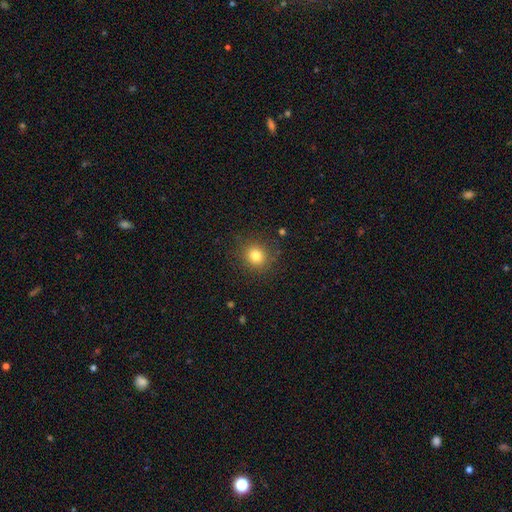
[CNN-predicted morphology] smooth-or-featured: smooth: 80% | star or artifact: 13% | featured or disk: 7%
  how-rounded: round: 84% | in between: 15% | cigar-shaped: 1%
  merging: none: 88% | minor disturbance: 8% | major disturbance: 3% | merger: 1%